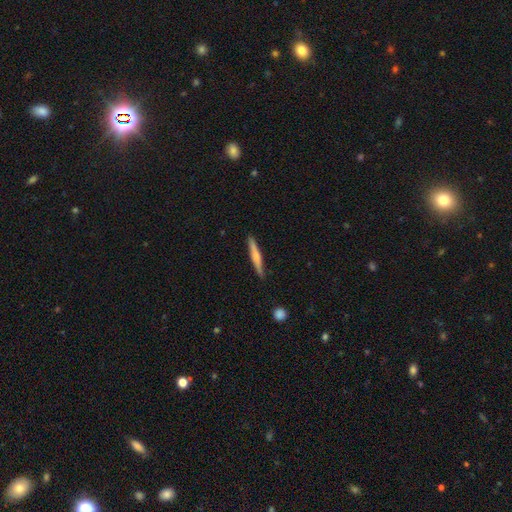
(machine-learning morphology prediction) Smooth or featured? smooth (54%)
How rounded? cigar-shaped (94%)
Merging? none (88%)